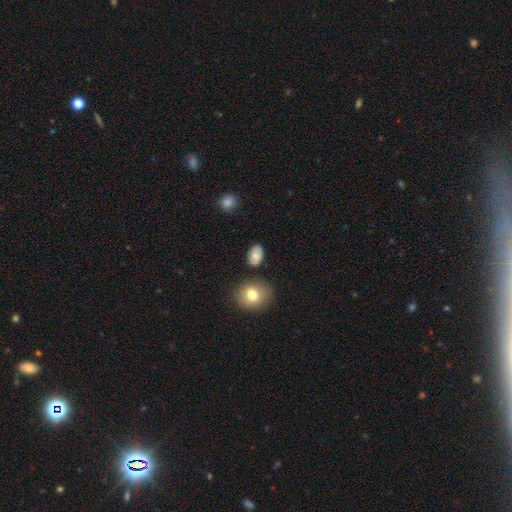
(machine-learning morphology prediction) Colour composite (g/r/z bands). It shows a smooth galaxy with no disk features (80%) that is in between round and cigar-shaped (81%). Merging: none (82%).